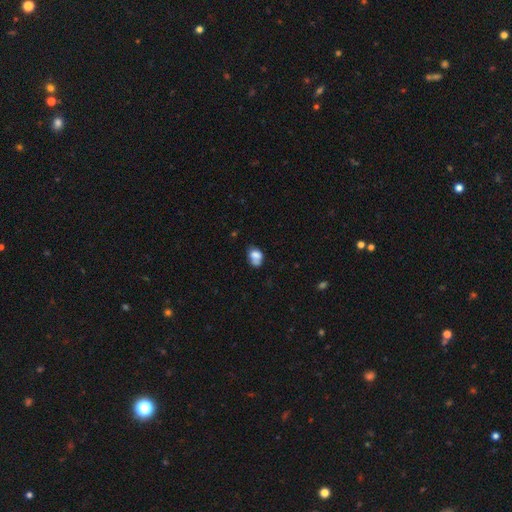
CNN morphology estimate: This is likely a smooth galaxy (70%). How rounded: likely in between (70%). Merging: marginally none (34%).